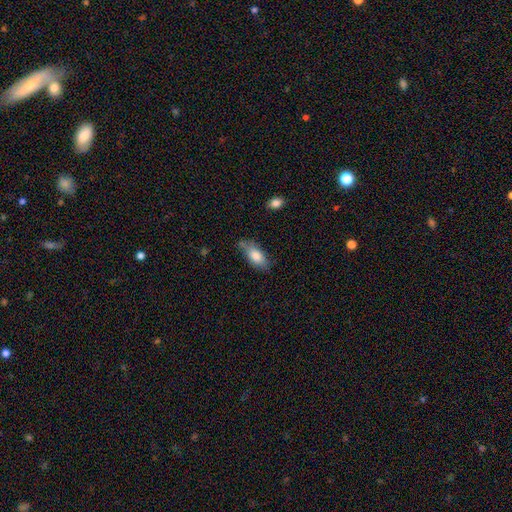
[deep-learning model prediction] smooth_or_featured: smooth (p=0.80) [alt: featured or disk p=0.13]
how_rounded: in between (p=0.85) [alt: cigar-shaped p=0.12]
merging: none (p=0.65) [alt: minor disturbance p=0.24]